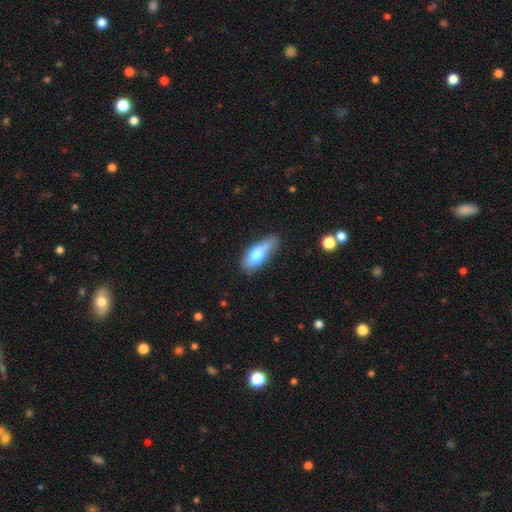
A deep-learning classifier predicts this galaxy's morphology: A smooth galaxy with no disk features (65%) that is in between round and cigar-shaped (69%). Merging: none (46%).